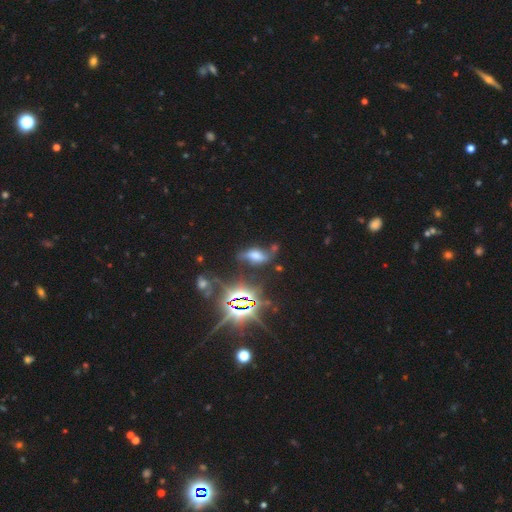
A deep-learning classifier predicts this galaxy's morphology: Smooth or featured? Predicted: featured or disk (p=0.36). Merging? Predicted: none (p=0.49).